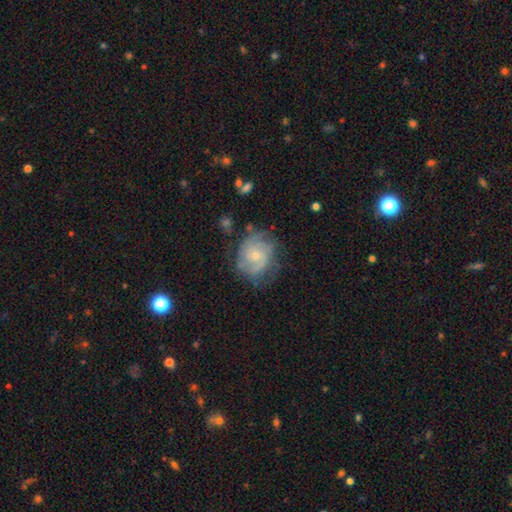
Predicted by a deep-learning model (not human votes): Smooth or featured? Predicted: featured or disk (p=0.76). Edge-on disk? Predicted: no (p=0.98). Bar? Predicted: no (p=0.72). Spiral arms? Predicted: yes (p=0.91). Spiral winding? Predicted: tight (p=0.58). Spiral arm count? Predicted: 2 (p=0.35). Bulge size? Predicted: small (p=0.64). Merging? Predicted: none (p=0.66).